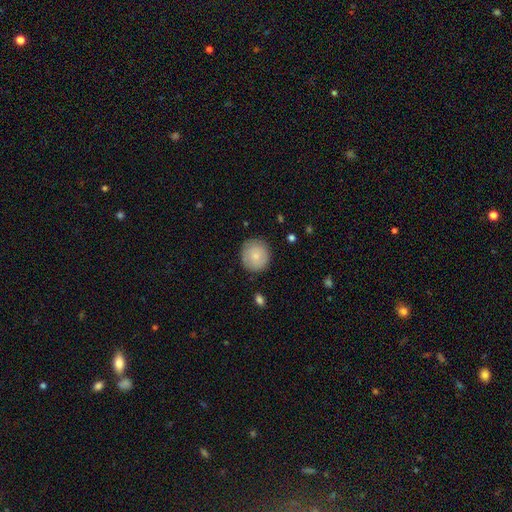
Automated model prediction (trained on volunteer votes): Overall: smooth (80%). How rounded: round (91%). Merging: none (86%).